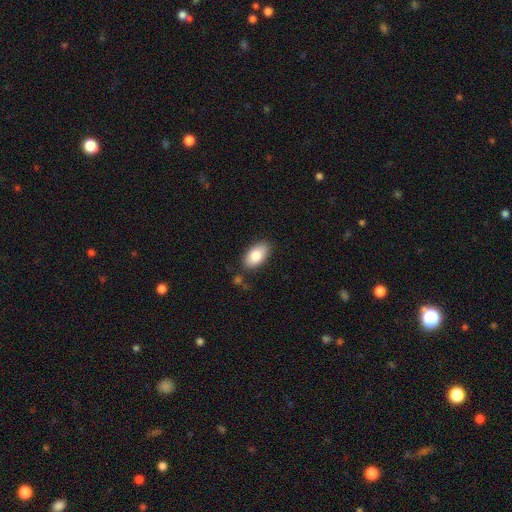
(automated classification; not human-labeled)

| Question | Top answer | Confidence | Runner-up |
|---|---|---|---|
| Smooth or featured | smooth | 82% | featured or disk (11%) |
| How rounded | in between | 94% | round (4%) |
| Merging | none | 81% | minor disturbance (13%) |